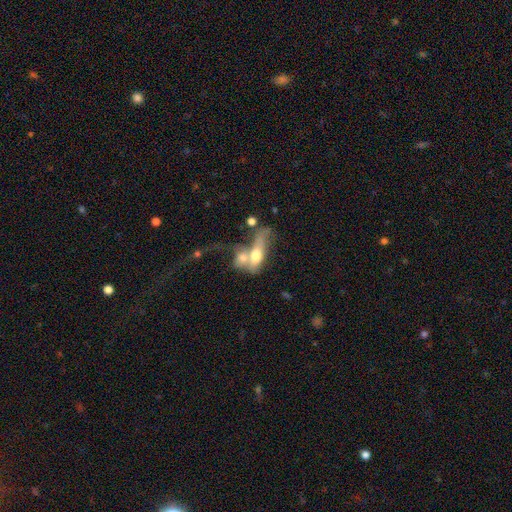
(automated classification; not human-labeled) A smooth galaxy with no disk features (54%) that is in between round and cigar-shaped (64%).

Vote fractions:
- Smooth or featured? smooth: 54% / featured or disk: 38% / star or artifact: 8%
- How rounded? in between: 64% / cigar-shaped: 28% / round: 8%
- Merging? merger: 69% / major disturbance: 15% / none: 10% / minor disturbance: 6%